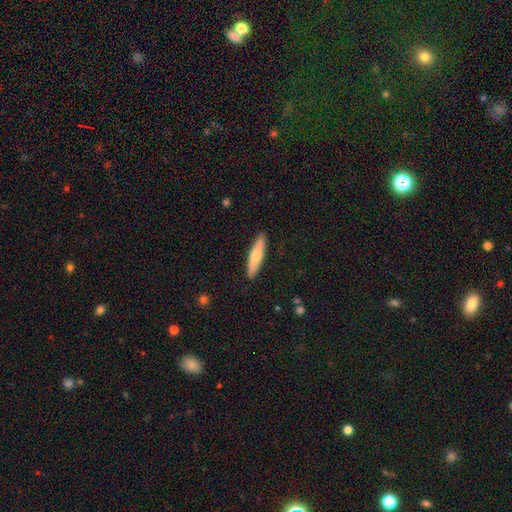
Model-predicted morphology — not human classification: A smooth galaxy with no disk features (62%) that is cigar-shaped (77%).

Vote fractions:
- Smooth or featured? smooth: 62% / featured or disk: 33% / star or artifact: 5%
- How rounded? cigar-shaped: 77% / in between: 21% / round: 2%
- Merging? none: 90% / minor disturbance: 8% / major disturbance: 2% / merger: 1%